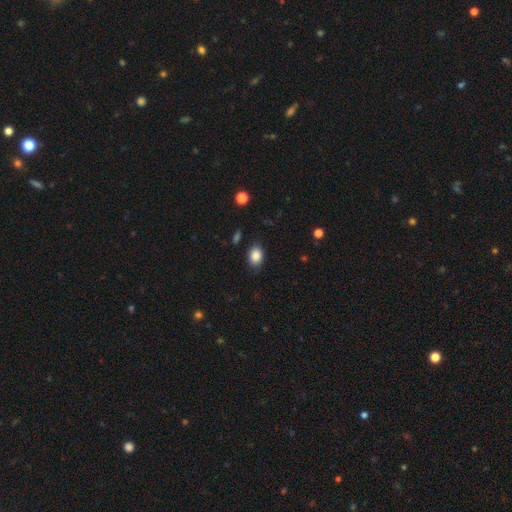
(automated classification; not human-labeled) Smooth or featured?
  - smooth: 87% *
  - star or artifact: 9%
  - featured or disk: 5%
How rounded?
  - in between: 72% *
  - round: 27%
  - cigar-shaped: 1%
Merging?
  - none: 84% *
  - minor disturbance: 12%
  - major disturbance: 3%
  - merger: 1%